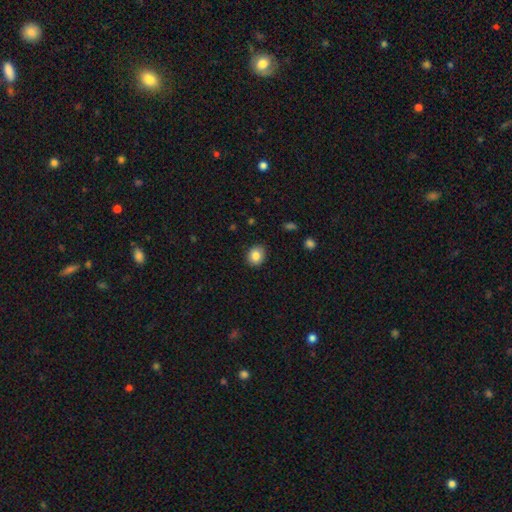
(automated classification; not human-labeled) smooth_or_featured: smooth (p=0.85) [alt: star or artifact p=0.09]
how_rounded: round (p=0.65) [alt: in between p=0.34]
merging: none (p=0.87) [alt: minor disturbance p=0.09]